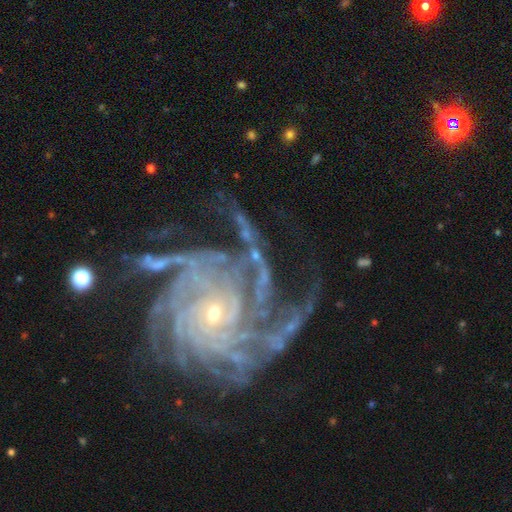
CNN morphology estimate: featured or disk 83%, star or artifact 10%, smooth 6%. Down the decision tree: edge-on disk — no (97%); bar — no (56%); spiral arms — yes (95%); spiral arm count — can't tell (20%, tied with 3); spiral winding — tight (57%); bulge size — small (70%); merging — none (44%).